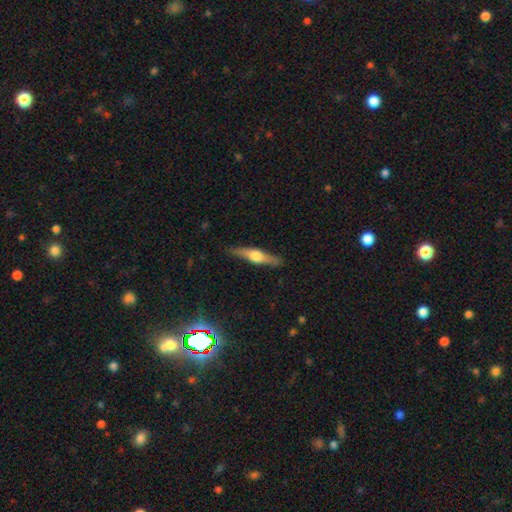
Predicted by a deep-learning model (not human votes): featured or disk 62%, smooth 32%, star or artifact 5%. Down the decision tree: edge-on disk — yes (96%); edge-on bulge — rounded (93%); merging — none (87%).